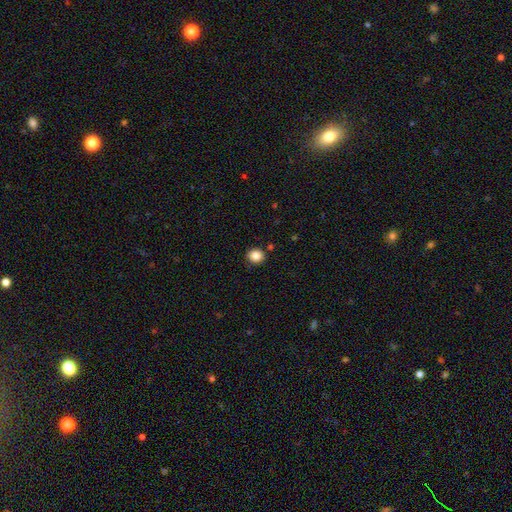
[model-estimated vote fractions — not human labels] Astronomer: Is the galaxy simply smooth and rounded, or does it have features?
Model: smooth — 85%.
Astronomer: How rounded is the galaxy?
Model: round — 81%.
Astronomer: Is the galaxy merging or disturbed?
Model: none — 88%.